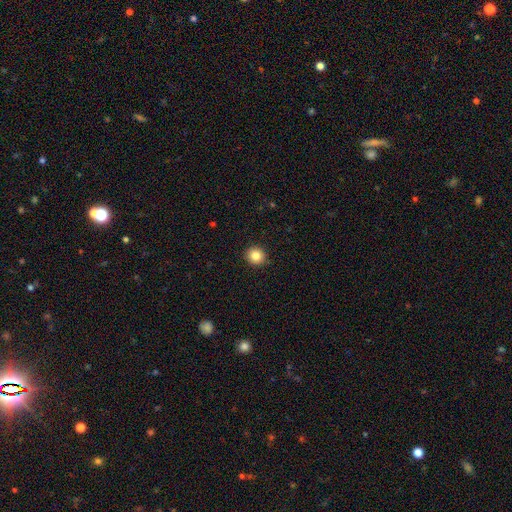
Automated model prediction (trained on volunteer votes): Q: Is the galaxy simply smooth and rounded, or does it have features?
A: smooth — 84%.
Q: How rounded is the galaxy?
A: round — 91%.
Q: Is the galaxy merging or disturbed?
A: none — 93%.